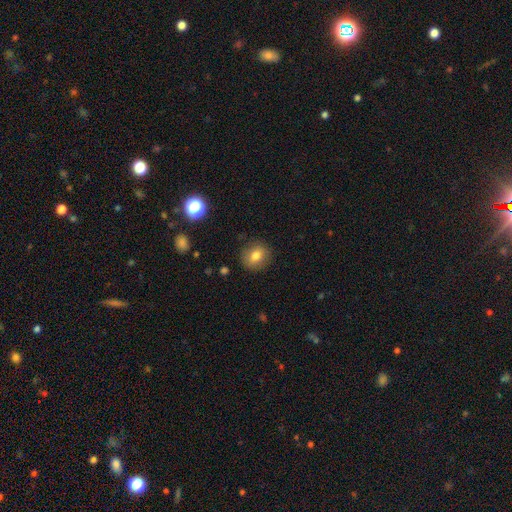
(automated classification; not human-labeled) Morphology: type=smooth (78%); roundness=round (76%); merging=none (87%).